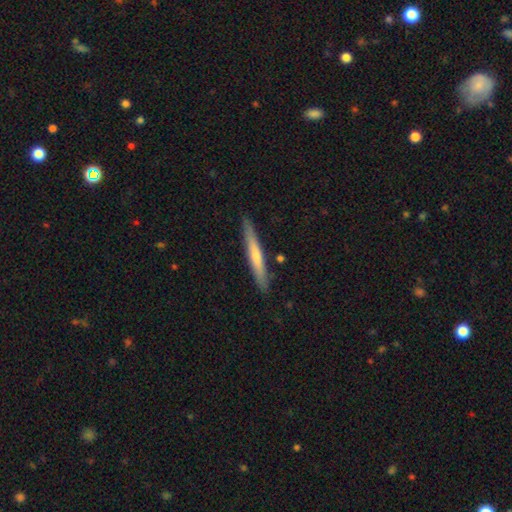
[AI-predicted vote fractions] A featured or disk galaxy (54%) viewed edge-on (96%) with a rounded central bulge (61%). Merging: none (90%).